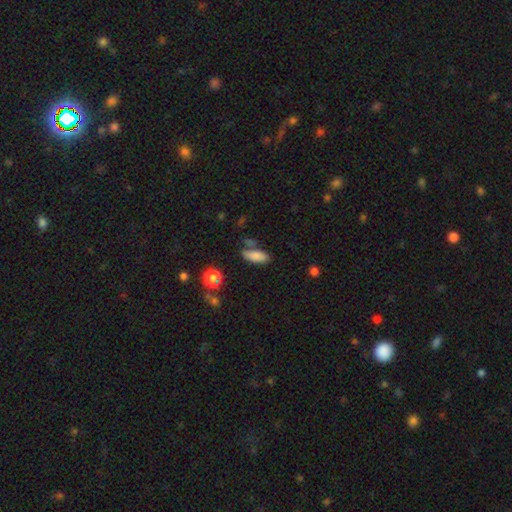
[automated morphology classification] smooth-or-featured: smooth: 82% | star or artifact: 10% | featured or disk: 7%
  how-rounded: in between: 76% | cigar-shaped: 21% | round: 3%
  merging: none: 66% | minor disturbance: 17% | merger: 12% | major disturbance: 5%